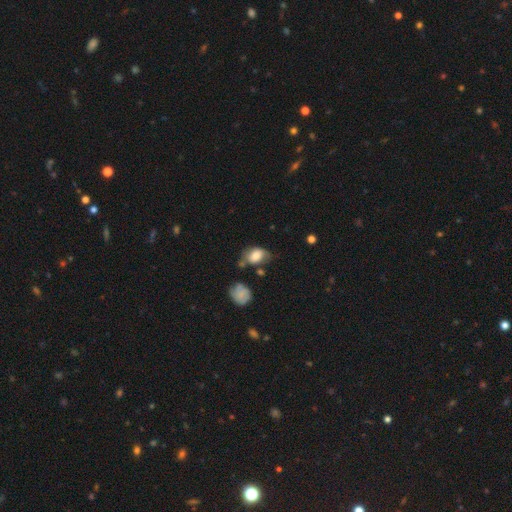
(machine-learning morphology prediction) A smooth galaxy with no disk features (74%) that is in between round and cigar-shaped (79%). Merging: none (42%).